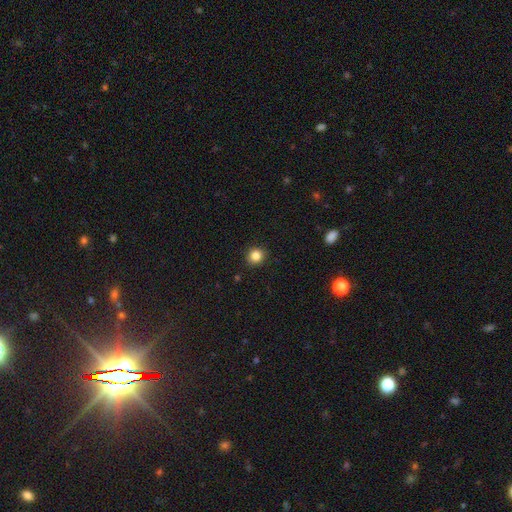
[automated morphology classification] Q: Smooth or featured?
A: smooth (84%); runner-up: star or artifact (11%)
Q: How rounded?
A: round (90%); runner-up: in between (9%)
Q: Merging?
A: none (91%); runner-up: minor disturbance (6%)